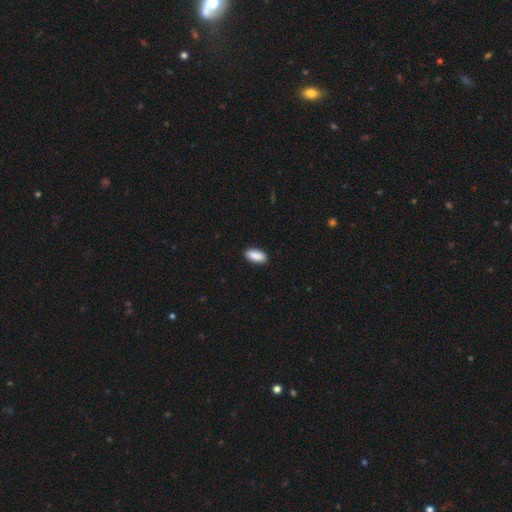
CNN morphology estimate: Smooth or featured: smooth — 90% (star or artifact — 6%)
How rounded: in between — 89% (cigar-shaped — 9%)
Merging: none — 90% (minor disturbance — 8%)